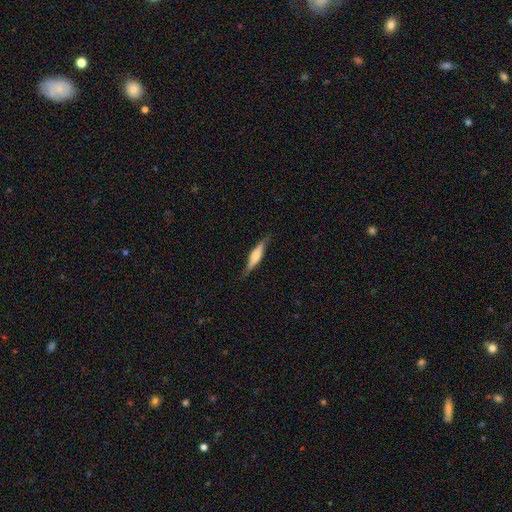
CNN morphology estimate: The model was most divided on "smooth or featured": featured or disk: 48%, smooth: 46%, star or artifact: 6%. More confident: merging — none (80%).